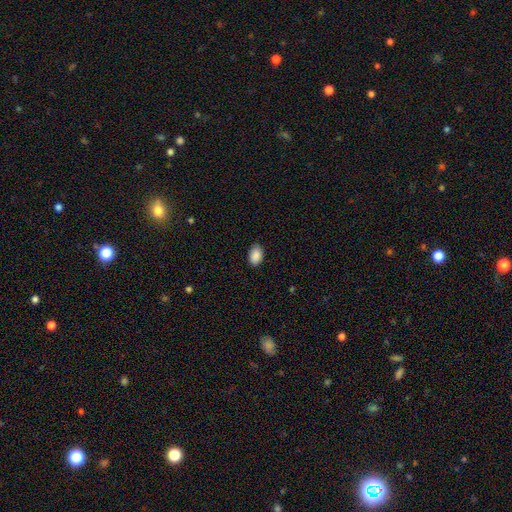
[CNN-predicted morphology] Smooth or featured: smooth — 90% (star or artifact — 7%)
How rounded: in between — 87% (round — 12%)
Merging: none — 86% (minor disturbance — 11%)